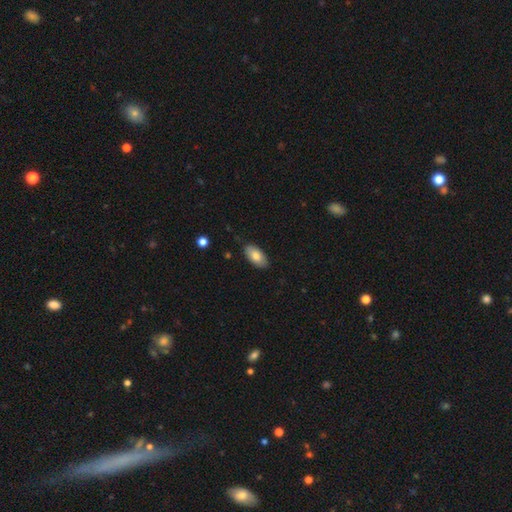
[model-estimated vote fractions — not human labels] This is clearly a smooth galaxy (80%). How rounded: clearly in between (94%). Merging: clearly none (84%).